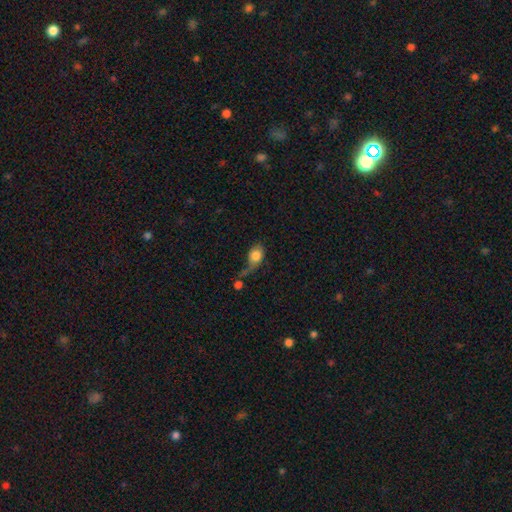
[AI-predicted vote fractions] Smooth or featured: smooth — 78% (featured or disk — 14%)
How rounded: in between — 69% (round — 29%)
Merging: major disturbance — 28% (none — 26%)